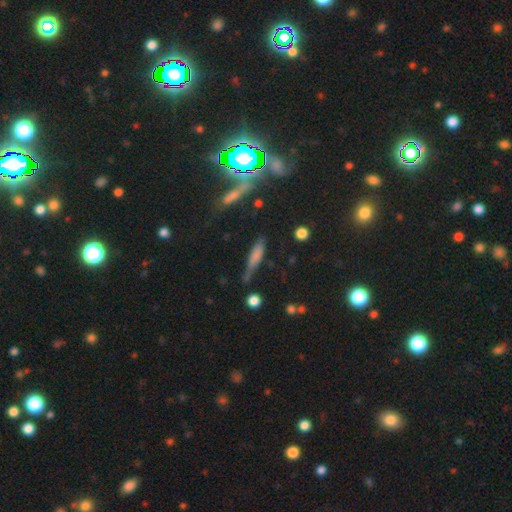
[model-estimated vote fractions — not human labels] This is likely a smooth galaxy (62%). How rounded: likely cigar-shaped (79%). Merging: possibly none (57%).